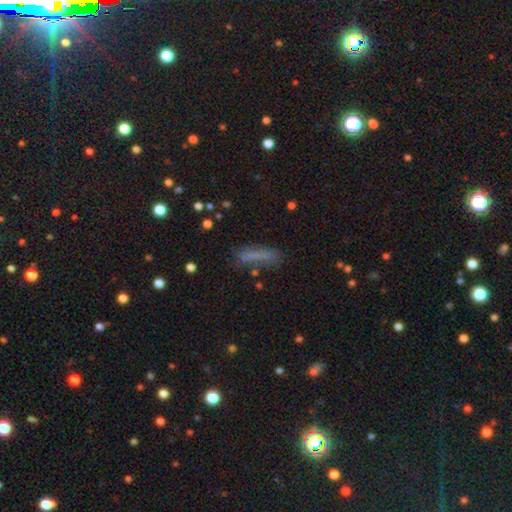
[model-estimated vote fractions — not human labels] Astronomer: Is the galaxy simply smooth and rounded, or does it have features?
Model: smooth — 72%.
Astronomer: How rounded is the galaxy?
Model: cigar-shaped — 82%.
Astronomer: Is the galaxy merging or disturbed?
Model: none — 73%.